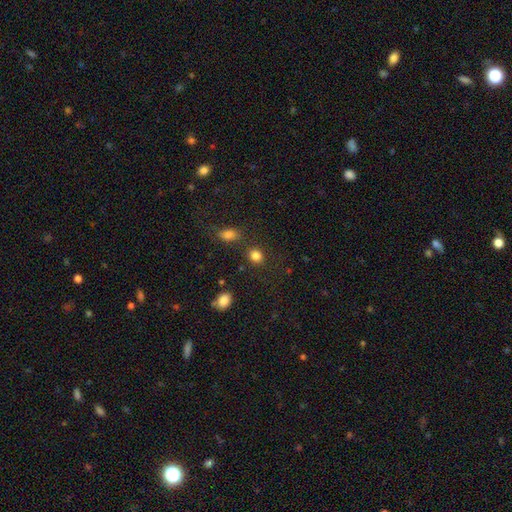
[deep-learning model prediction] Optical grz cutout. It shows a smooth galaxy with no disk features (84%) that is round (70%). Merging: none (80%).